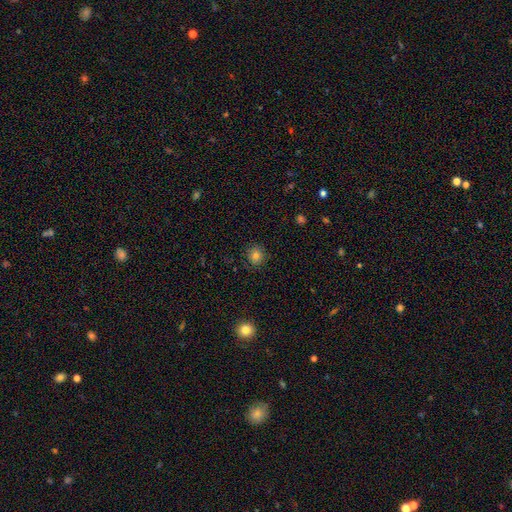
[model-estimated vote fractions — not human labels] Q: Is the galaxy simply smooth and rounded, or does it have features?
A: smooth — 81%.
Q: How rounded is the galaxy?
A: round — 84%.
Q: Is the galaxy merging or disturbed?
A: none — 88%.